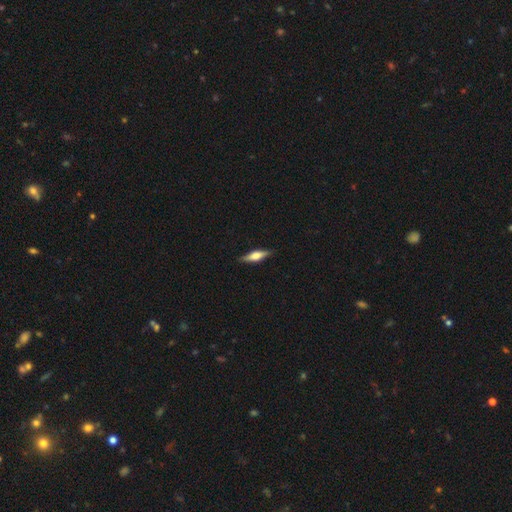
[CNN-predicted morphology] This is possibly a featured or disk galaxy (51%). It is clearly viewed edge-on (95%). Merging: clearly none (88%).